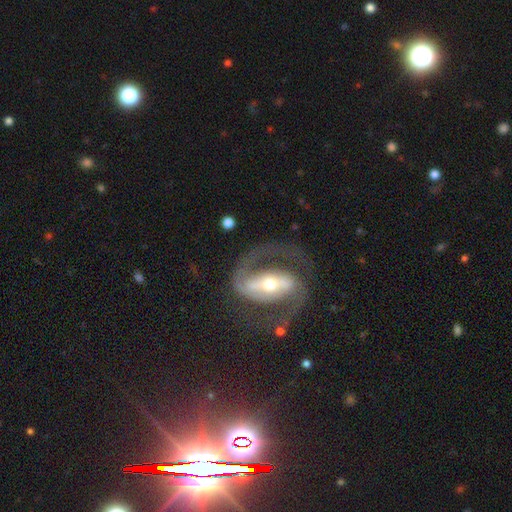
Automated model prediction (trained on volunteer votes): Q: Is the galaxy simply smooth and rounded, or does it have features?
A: featured or disk — 86%.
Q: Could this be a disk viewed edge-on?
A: no — 95%.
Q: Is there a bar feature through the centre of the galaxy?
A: strong — 57%.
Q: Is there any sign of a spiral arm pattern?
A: yes — 94%.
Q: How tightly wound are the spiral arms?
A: medium — 54%.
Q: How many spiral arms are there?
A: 2 — 87%.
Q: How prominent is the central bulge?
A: moderate — 52%.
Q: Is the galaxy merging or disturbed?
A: none — 68%.